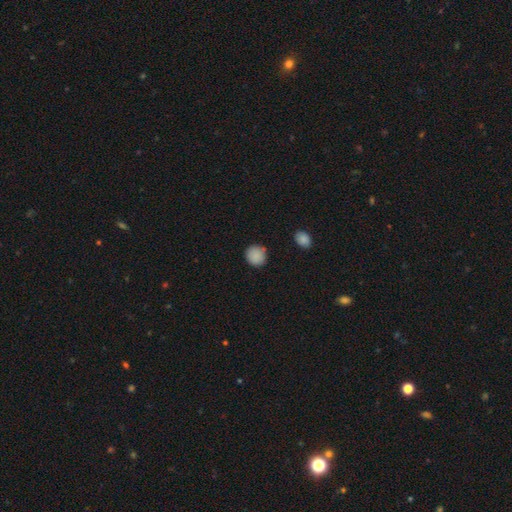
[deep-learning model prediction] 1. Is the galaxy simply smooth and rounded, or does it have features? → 88% smooth, 9% star or artifact, 3% featured or disk.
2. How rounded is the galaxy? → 89% round, 10% in between, 1% cigar-shaped.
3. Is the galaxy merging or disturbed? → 84% none, 11% minor disturbance, 3% major disturbance, 2% merger.